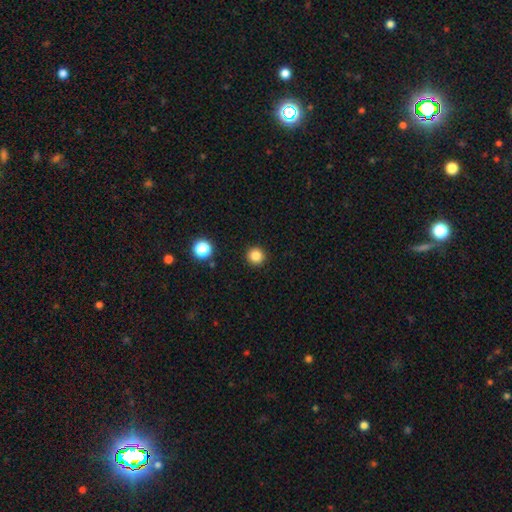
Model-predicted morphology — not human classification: Smooth or featured: smooth — 83% (star or artifact — 13%)
How rounded: round — 95% (in between — 4%)
Merging: none — 93% (minor disturbance — 4%)